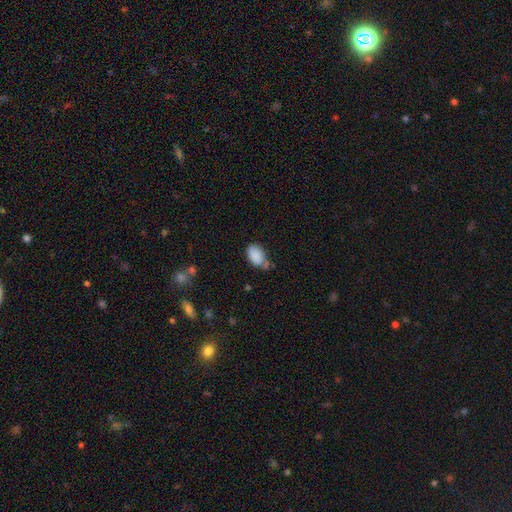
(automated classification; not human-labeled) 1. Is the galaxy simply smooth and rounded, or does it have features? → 87% smooth, 8% star or artifact, 6% featured or disk.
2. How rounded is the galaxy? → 91% in between, 8% round, 1% cigar-shaped.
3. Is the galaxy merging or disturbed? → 49% none, 34% minor disturbance, 9% major disturbance, 8% merger.